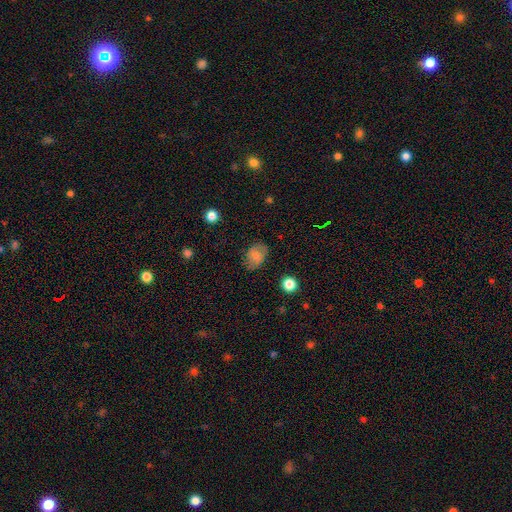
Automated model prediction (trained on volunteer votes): A smooth galaxy with no disk features (72%) that is in between round and cigar-shaped (71%).

Vote fractions:
- Smooth or featured? smooth: 72% / featured or disk: 18% / star or artifact: 10%
- How rounded? in between: 71% / round: 27% / cigar-shaped: 1%
- Merging? none: 74% / minor disturbance: 18% / major disturbance: 6% / merger: 1%